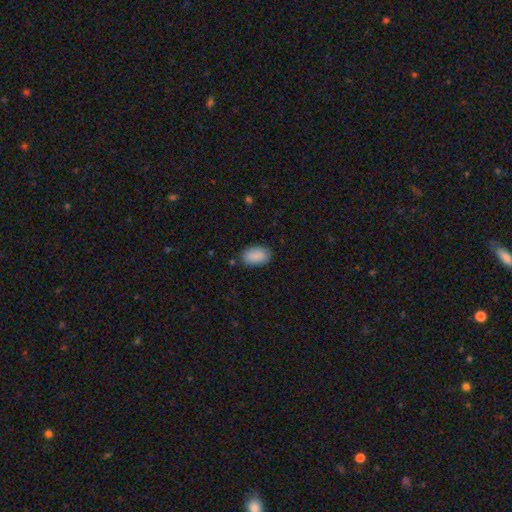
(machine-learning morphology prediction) smooth-or-featured: smooth: 89% | star or artifact: 6% | featured or disk: 4%
  how-rounded: in between: 93% | round: 5% | cigar-shaped: 2%
  merging: none: 83% | minor disturbance: 13% | major disturbance: 3% | merger: 2%